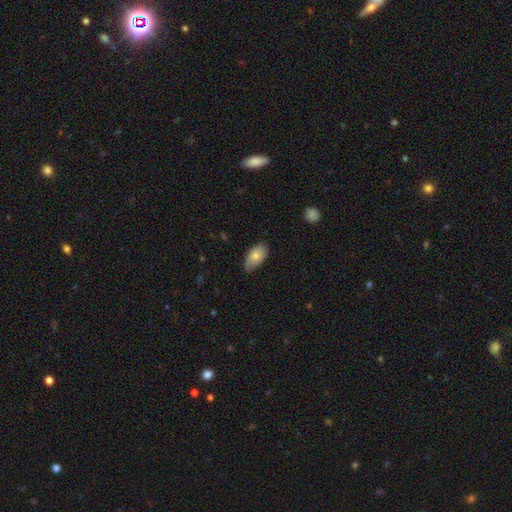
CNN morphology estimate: This is likely a smooth galaxy (78%). How rounded: clearly in between (94%). Merging: likely none (71%).